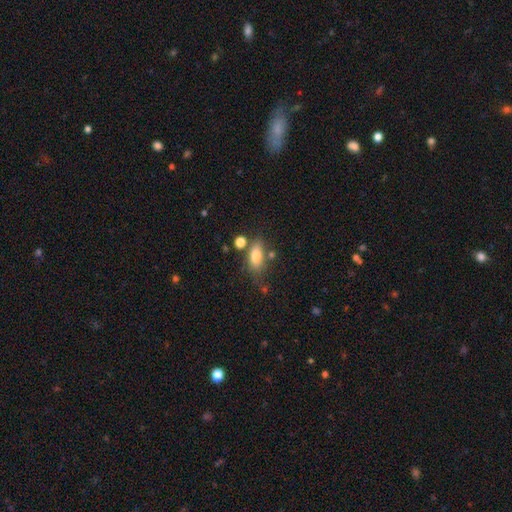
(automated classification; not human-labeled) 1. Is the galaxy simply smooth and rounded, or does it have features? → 78% smooth, 14% featured or disk, 9% star or artifact.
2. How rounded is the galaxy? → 83% in between, 10% cigar-shaped, 7% round.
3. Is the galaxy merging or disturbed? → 64% none, 17% minor disturbance, 13% merger, 6% major disturbance.